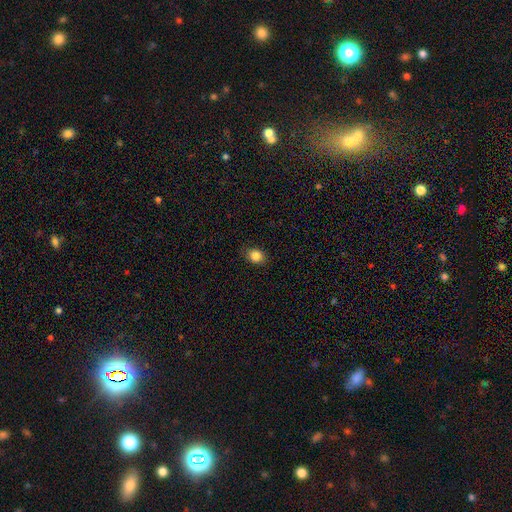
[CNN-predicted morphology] smooth_or_featured: smooth (p=0.85) [alt: star or artifact p=0.10]
how_rounded: round (p=0.53) [alt: in between p=0.46]
merging: none (p=0.86) [alt: minor disturbance p=0.11]